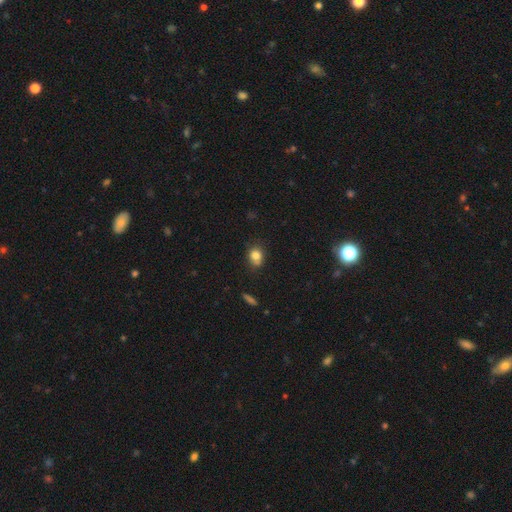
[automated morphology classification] This appears to be a smooth galaxy with no disk features (80%) that is round (61%). Merging: none (61%).